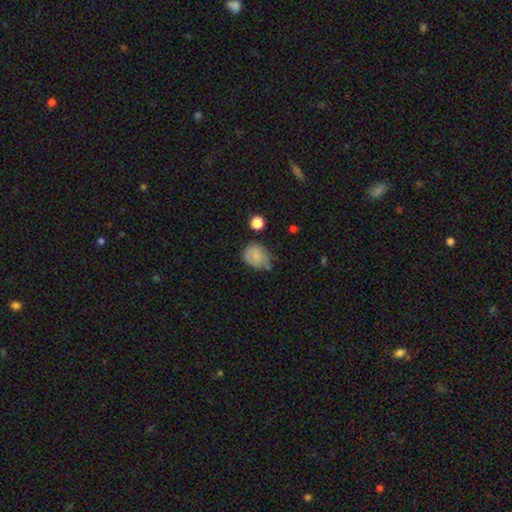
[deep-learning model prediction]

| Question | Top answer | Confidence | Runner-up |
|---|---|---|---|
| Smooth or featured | smooth | 76% | featured or disk (15%) |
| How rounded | round | 66% | in between (33%) |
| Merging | none | 52% | minor disturbance (32%) |